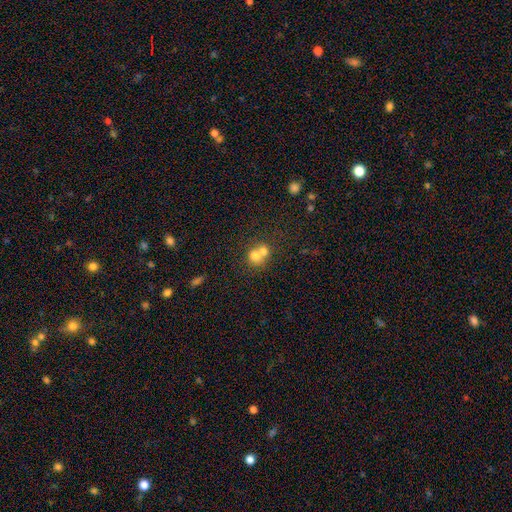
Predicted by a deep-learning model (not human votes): Morphology: type=smooth (71%); roundness=round (77%); merging=merger (63%).